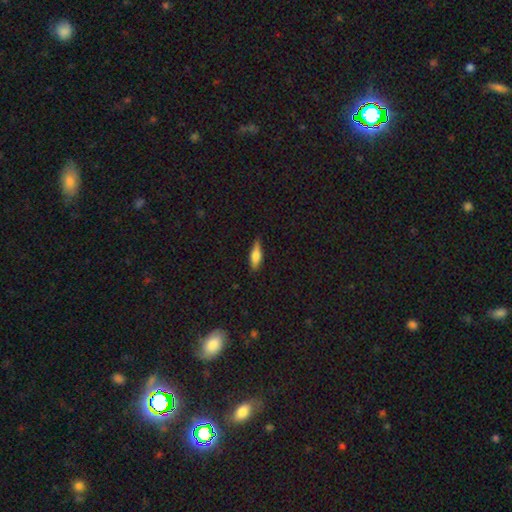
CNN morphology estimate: type=smooth (67%); roundness=cigar-shaped (51%); merging=none (78%).